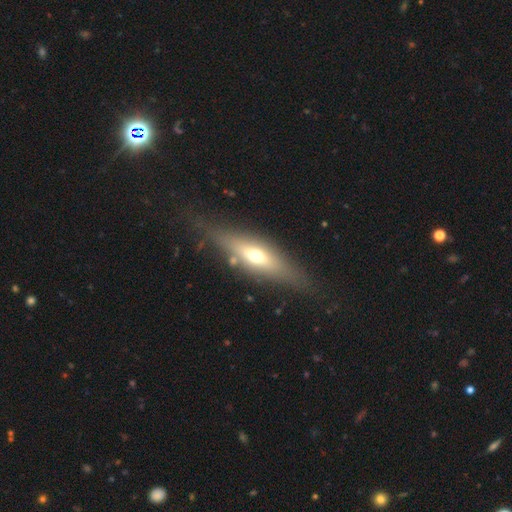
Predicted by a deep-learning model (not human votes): This appears to be a featured or disk galaxy (50%) viewed edge-on (80%). Merging: none (76%).